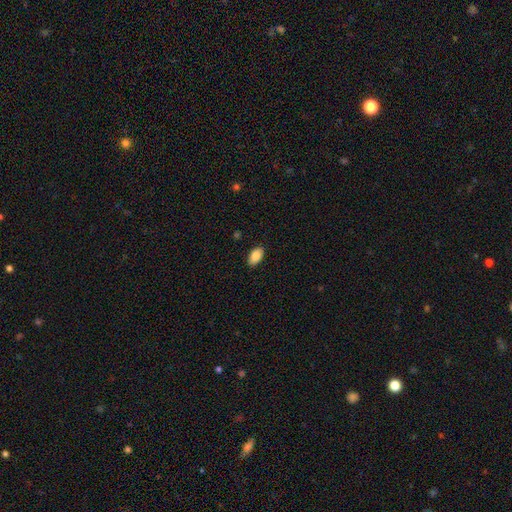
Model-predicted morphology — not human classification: smooth 86%, star or artifact 7%, featured or disk 6%. Down the decision tree: how rounded — in between (93%); merging — none (88%).